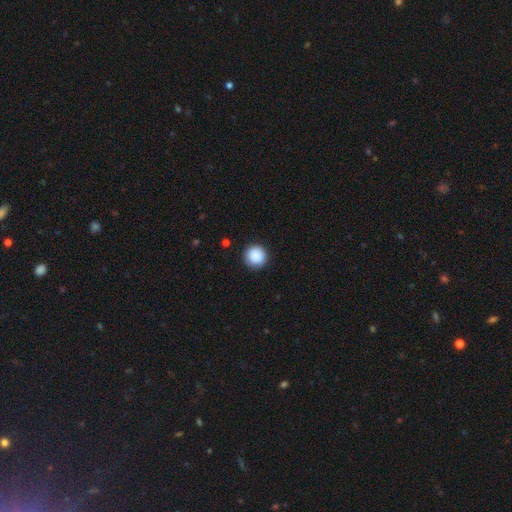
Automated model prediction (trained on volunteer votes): smooth 89%, star or artifact 8%, featured or disk 3%. Down the decision tree: how rounded — round (95%); merging — none (91%).